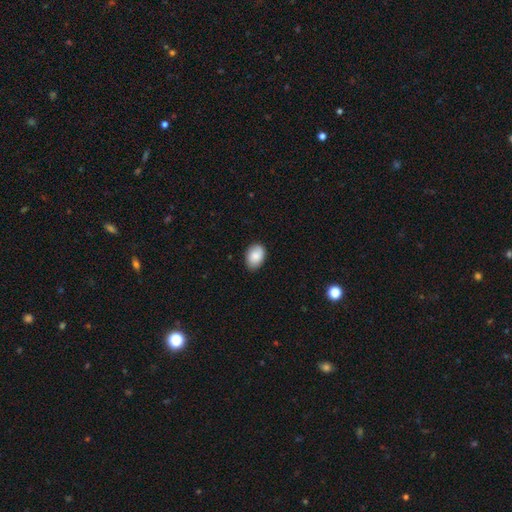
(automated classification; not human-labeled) Smooth or featured? smooth (85%)
How rounded? in between (83%)
Merging? none (82%)